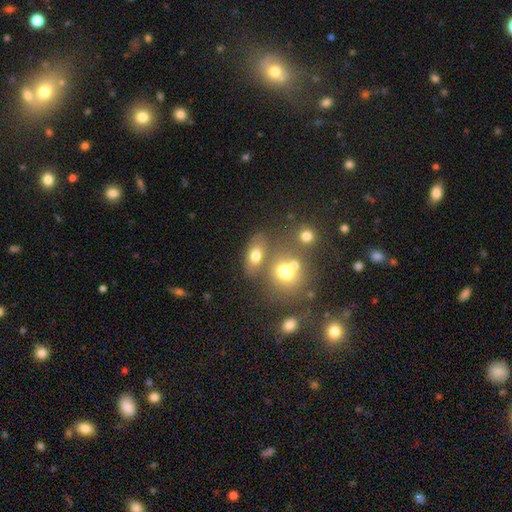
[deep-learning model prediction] A smooth galaxy with no disk features (70%) that is in between round and cigar-shaped (76%). Merging: none (54%).